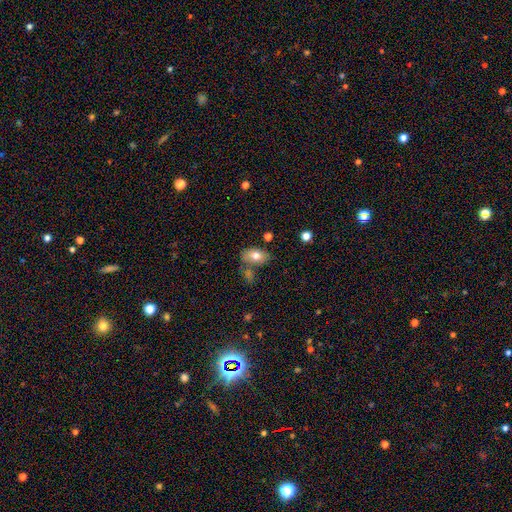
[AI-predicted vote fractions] The model was most divided on "merging": none: 60%, merger: 18%, minor disturbance: 16%, major disturbance: 5%. More confident: how rounded — in between (89%); smooth or featured — smooth (73%).